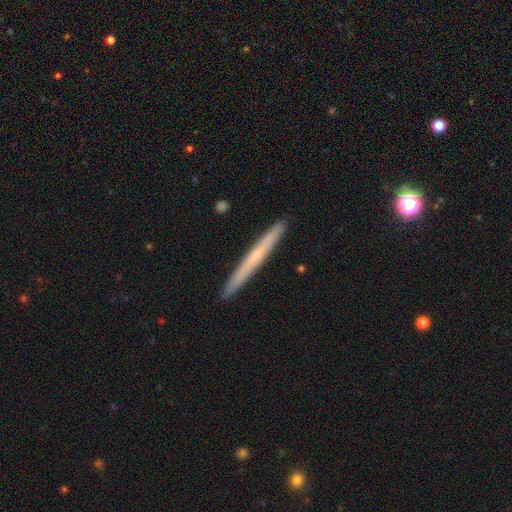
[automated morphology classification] Q: Smooth or featured?
A: smooth (50%); runner-up: featured or disk (45%)
Q: Merging?
A: none (93%); runner-up: minor disturbance (5%)